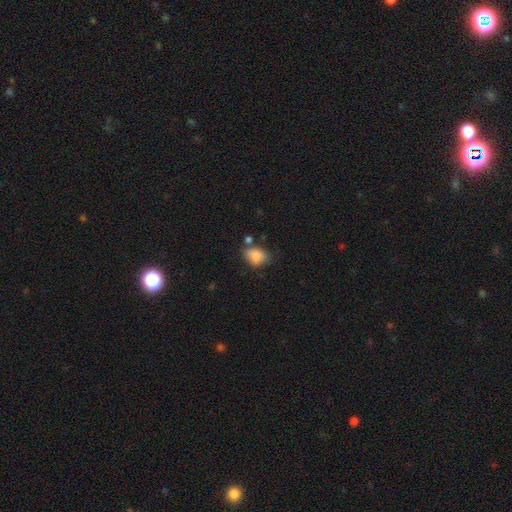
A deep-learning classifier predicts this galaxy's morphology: Overall: smooth (84%). How rounded: in between (72%). Merging: none (53%; minor disturbance 28%).